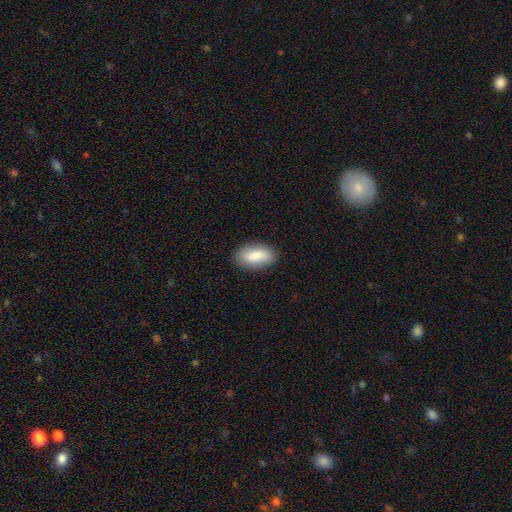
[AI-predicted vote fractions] Smooth or featured?
  - smooth: 85% *
  - featured or disk: 9%
  - star or artifact: 6%
How rounded?
  - in between: 92% *
  - cigar-shaped: 5%
  - round: 3%
Merging?
  - none: 87% *
  - minor disturbance: 9%
  - major disturbance: 2%
  - merger: 1%